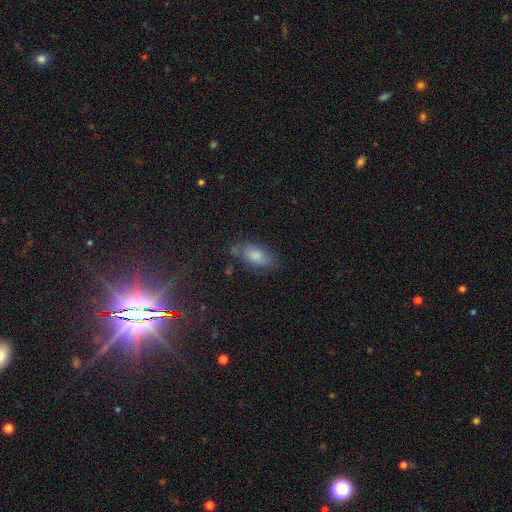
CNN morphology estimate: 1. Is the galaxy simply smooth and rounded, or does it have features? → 80% smooth, 12% featured or disk, 8% star or artifact.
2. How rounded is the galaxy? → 90% in between, 6% cigar-shaped, 4% round.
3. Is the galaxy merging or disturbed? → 65% none, 23% minor disturbance, 7% major disturbance, 5% merger.